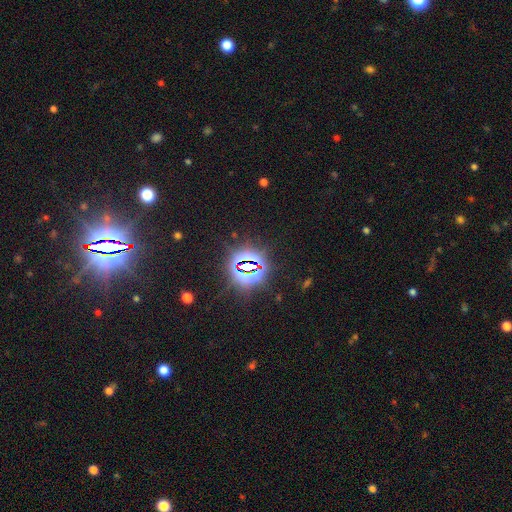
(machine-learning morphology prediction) Smooth or featured? Predicted: star or artifact (p=0.84).